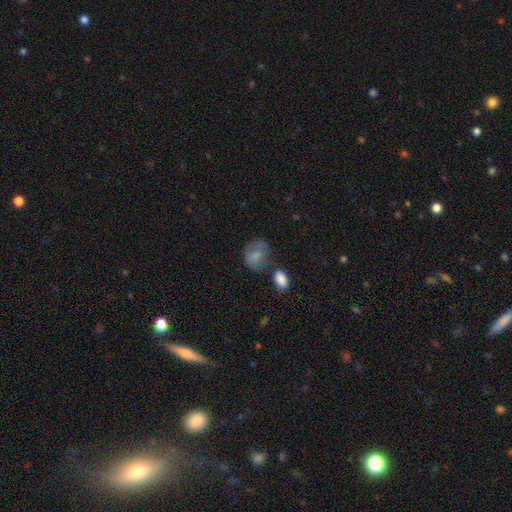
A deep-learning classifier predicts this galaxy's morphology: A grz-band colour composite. It shows a smooth galaxy with no disk features (76%) that is round (50%). Merging: none (53%).